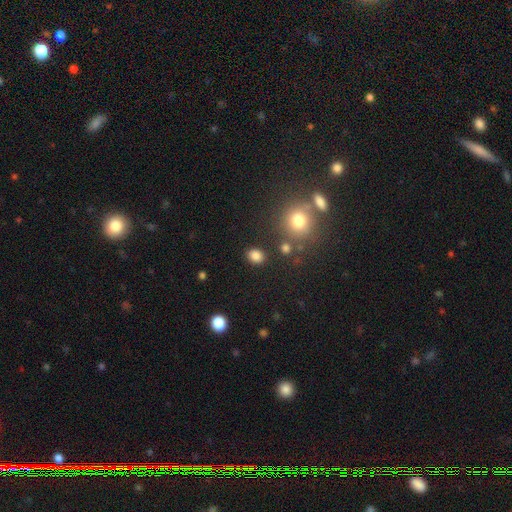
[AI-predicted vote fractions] Smooth or featured? smooth (83%)
How rounded? round (51%)
Merging? none (85%)